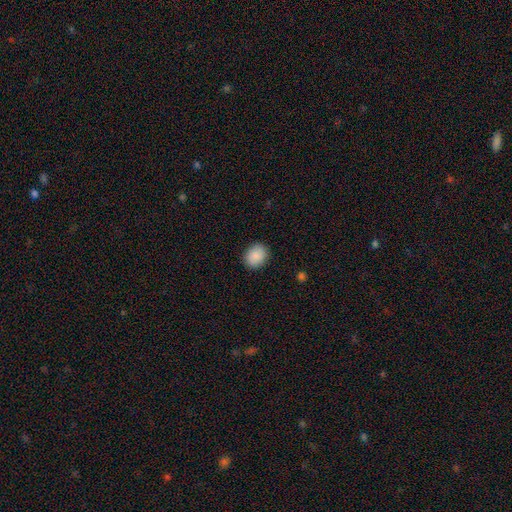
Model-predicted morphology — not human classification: Q: Smooth or featured?
A: smooth (89%); runner-up: star or artifact (7%)
Q: How rounded?
A: round (55%); runner-up: in between (44%)
Q: Merging?
A: none (89%); runner-up: minor disturbance (7%)